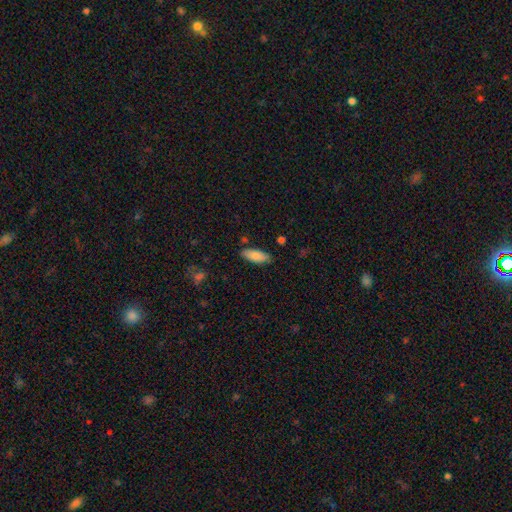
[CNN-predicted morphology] Smooth or featured? smooth (83%)
How rounded? in between (81%)
Merging? none (82%)